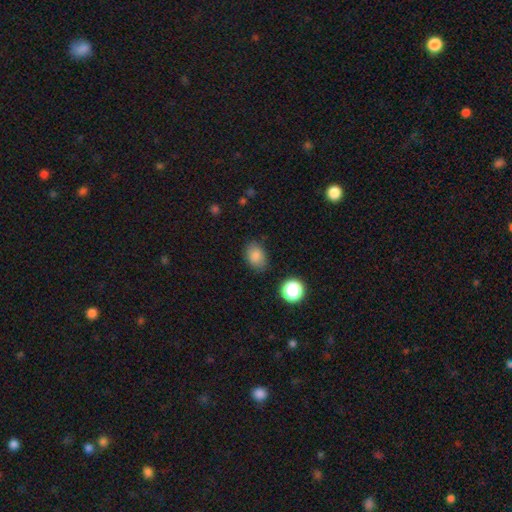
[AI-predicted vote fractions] The model was most divided on "how rounded": in between: 72%, round: 27%, cigar-shaped: 1%. More confident: smooth or featured — smooth (85%); merging — none (77%).